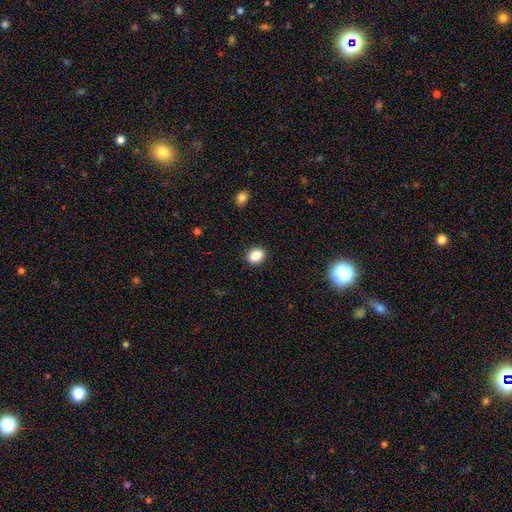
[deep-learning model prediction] Morphology: type=smooth (87%); roundness=in between (69%); merging=none (89%).